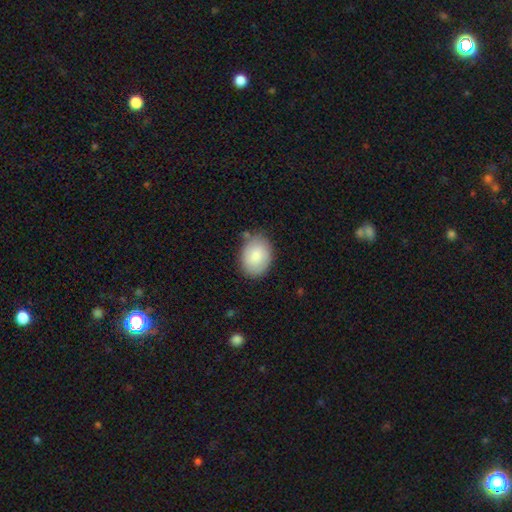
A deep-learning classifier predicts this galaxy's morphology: A smooth galaxy with no disk features (85%) that is in between round and cigar-shaped (69%). Merging: none (76%).